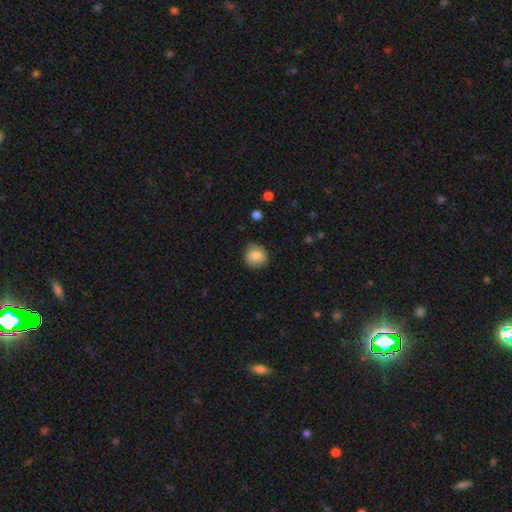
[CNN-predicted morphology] Smooth or featured: smooth — 84% (featured or disk — 8%)
How rounded: round — 81% (in between — 18%)
Merging: none — 79% (minor disturbance — 17%)